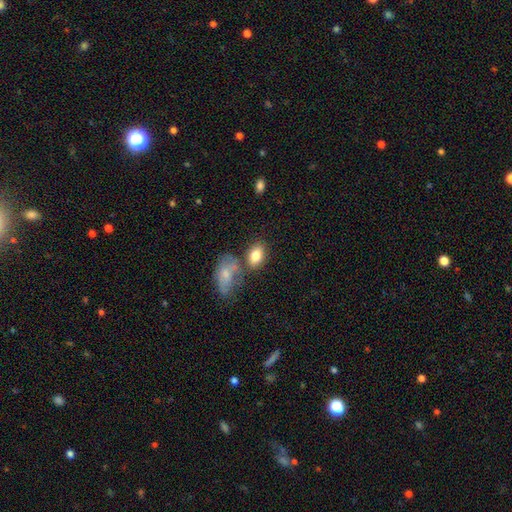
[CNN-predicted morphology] smooth_or_featured: smooth (p=0.81) [alt: featured or disk p=0.11]
how_rounded: in between (p=0.86) [alt: round p=0.12]
merging: none (p=0.59) [alt: merger p=0.20]